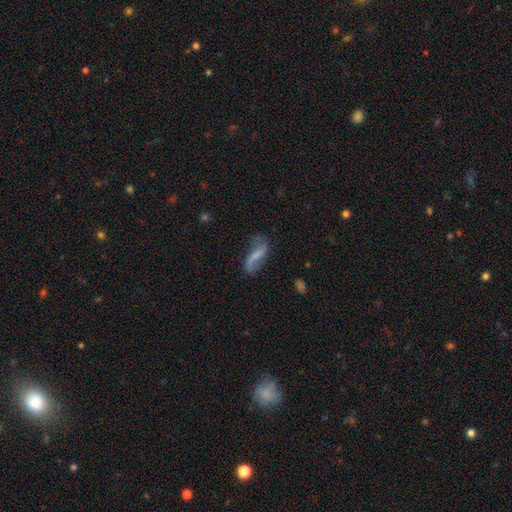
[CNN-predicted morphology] This is possibly a featured or disk galaxy (59%). It is clearly not viewed edge-on (90%). Bar: marginally weak (37%). Spiral arm pattern: clearly yes (84%). Central bulge: possibly none (47%). Merging: possibly none (59%).